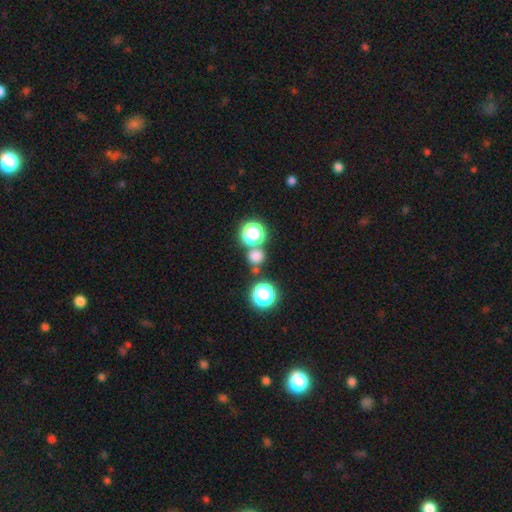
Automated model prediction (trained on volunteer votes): Smooth or featured?
  - smooth: 69% *
  - star or artifact: 25%
  - featured or disk: 6%
How rounded?
  - round: 87% *
  - in between: 12%
  - cigar-shaped: 1%
Merging?
  - none: 70% *
  - merger: 19%
  - minor disturbance: 7%
  - major disturbance: 3%